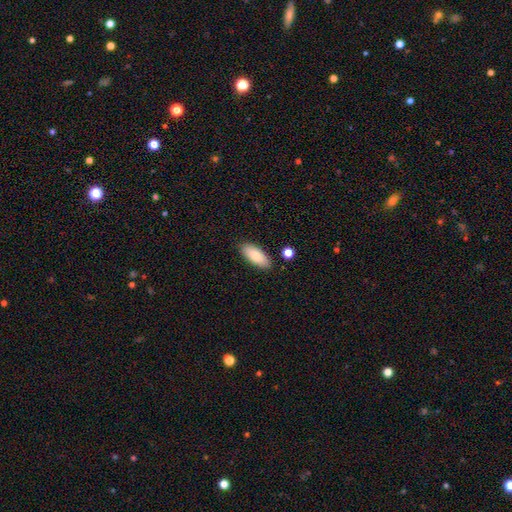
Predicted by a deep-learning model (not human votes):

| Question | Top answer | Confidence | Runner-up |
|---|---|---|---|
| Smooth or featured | smooth | 80% | featured or disk (13%) |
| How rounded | in between | 83% | cigar-shaped (15%) |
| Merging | none | 86% | minor disturbance (9%) |